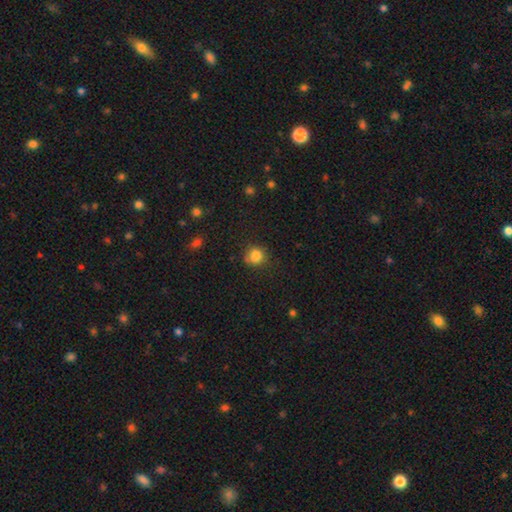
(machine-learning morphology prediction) A smooth galaxy with no disk features (82%) that is round (81%).

Vote fractions:
- Smooth or featured? smooth: 82% / star or artifact: 12% / featured or disk: 6%
- How rounded? round: 81% / in between: 18% / cigar-shaped: 1%
- Merging? none: 72% / minor disturbance: 19% / major disturbance: 5% / merger: 4%